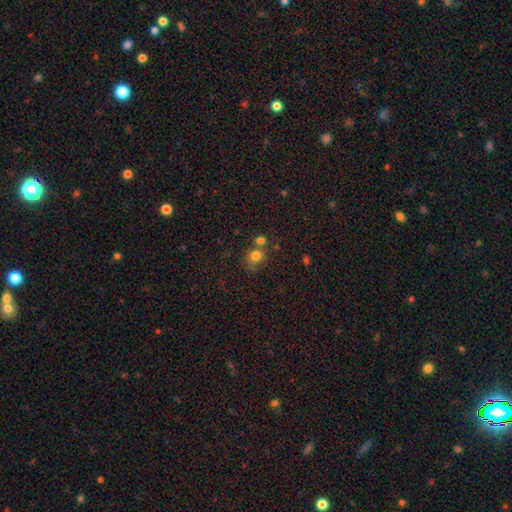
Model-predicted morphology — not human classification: smooth_or_featured: smooth (p=0.78) [alt: star or artifact p=0.13]
how_rounded: round (p=0.75) [alt: in between p=0.24]
merging: none (p=0.54) [alt: merger p=0.26]